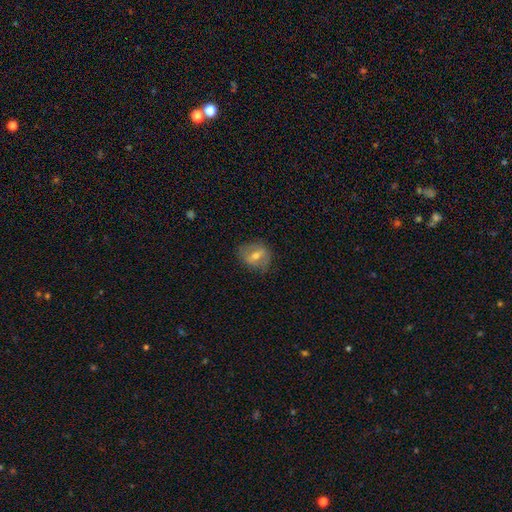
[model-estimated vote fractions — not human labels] Smooth or featured?
  - smooth: 51% *
  - featured or disk: 41%
  - star or artifact: 9%
How rounded?
  - round: 54% *
  - in between: 44%
  - cigar-shaped: 2%
Merging?
  - none: 75% *
  - minor disturbance: 18%
  - major disturbance: 6%
  - merger: 1%